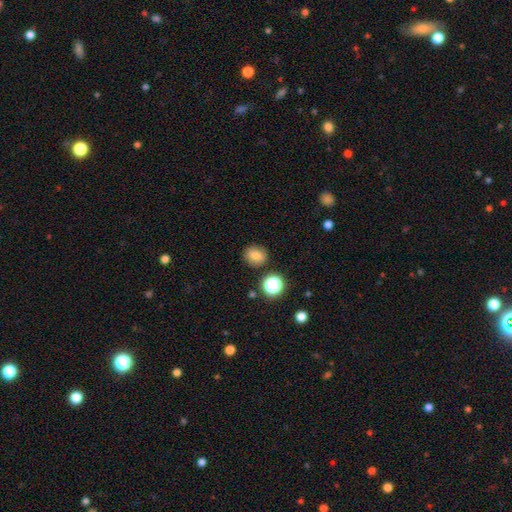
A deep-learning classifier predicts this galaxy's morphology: smooth 79%, star or artifact 14%, featured or disk 7%. Down the decision tree: how rounded — round (65%); merging — none (83%).